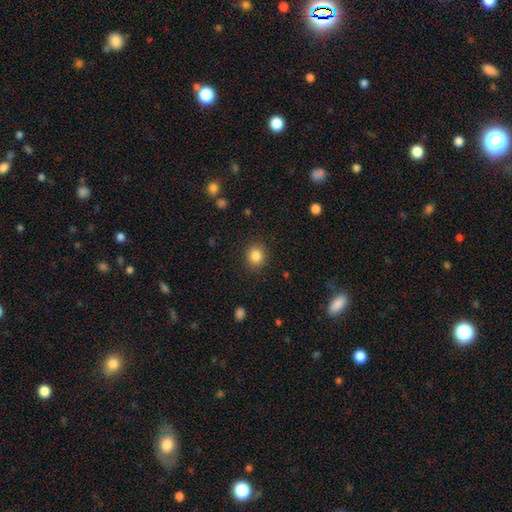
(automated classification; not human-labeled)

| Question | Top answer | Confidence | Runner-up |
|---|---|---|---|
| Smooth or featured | smooth | 85% | star or artifact (10%) |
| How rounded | round | 79% | in between (20%) |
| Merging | none | 89% | minor disturbance (7%) |